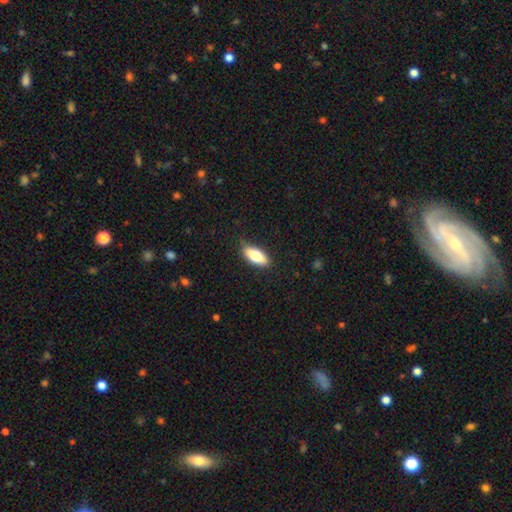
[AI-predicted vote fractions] A smooth galaxy with no disk features (79%) that is in between round and cigar-shaped (85%).

Vote fractions:
- Smooth or featured? smooth: 79% / featured or disk: 15% / star or artifact: 6%
- How rounded? in between: 85% / cigar-shaped: 13% / round: 2%
- Merging? none: 84% / minor disturbance: 13% / major disturbance: 2% / merger: 1%